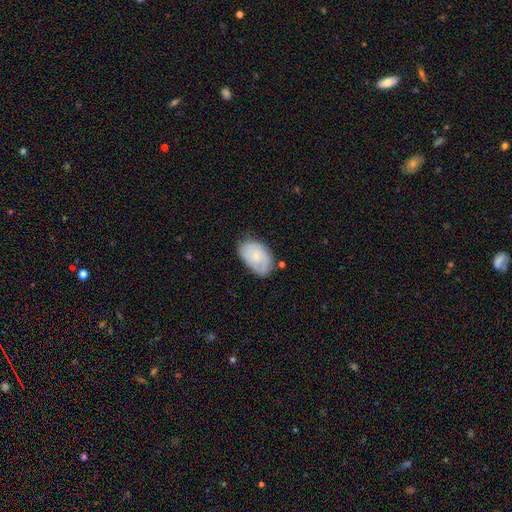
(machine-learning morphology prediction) Overall: smooth (58%; featured or disk 35%). How rounded: in between (90%). Merging: none (59%; minor disturbance 31%).